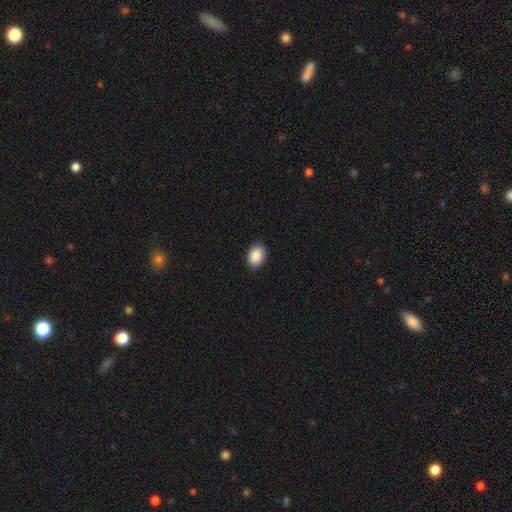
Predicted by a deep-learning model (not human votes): smooth 90%, star or artifact 7%, featured or disk 3%. Down the decision tree: how rounded — in between (79%); merging — none (89%).